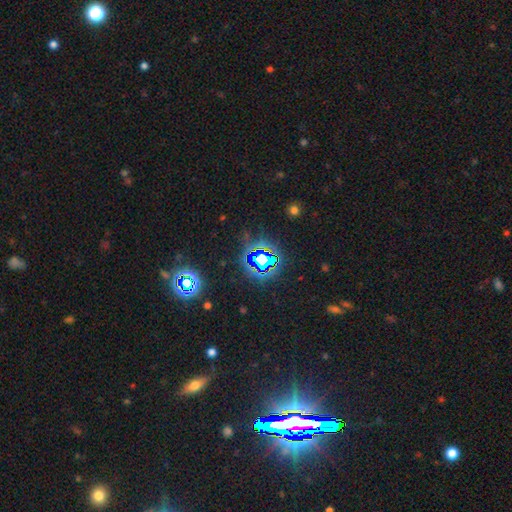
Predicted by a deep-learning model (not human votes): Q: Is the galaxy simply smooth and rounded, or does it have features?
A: star or artifact — 82%.